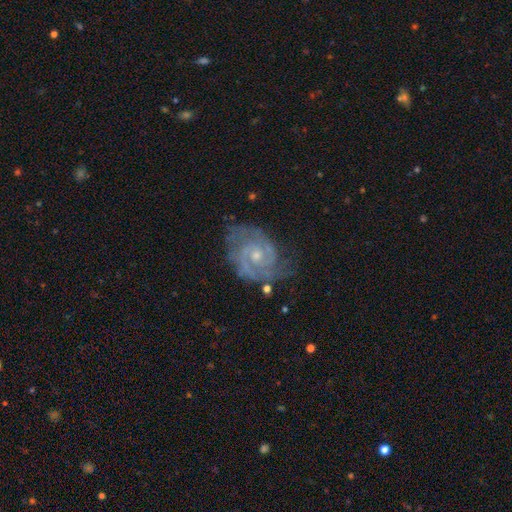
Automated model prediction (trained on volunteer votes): featured or disk 89%, star or artifact 5%, smooth 5%. Down the decision tree: edge-on disk — no (98%); bar — no (66%); spiral arms — yes (97%); spiral arm count — 2 (64%); spiral winding — tight (56%); bulge size — small (57%); merging — none (68%).